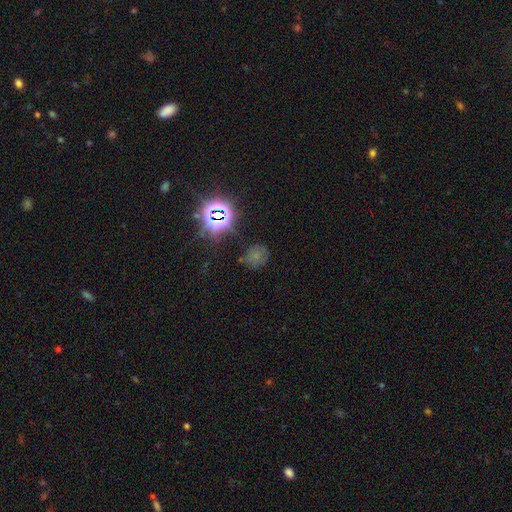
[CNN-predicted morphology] This is possibly a smooth galaxy (49%). Merging: likely none (68%).